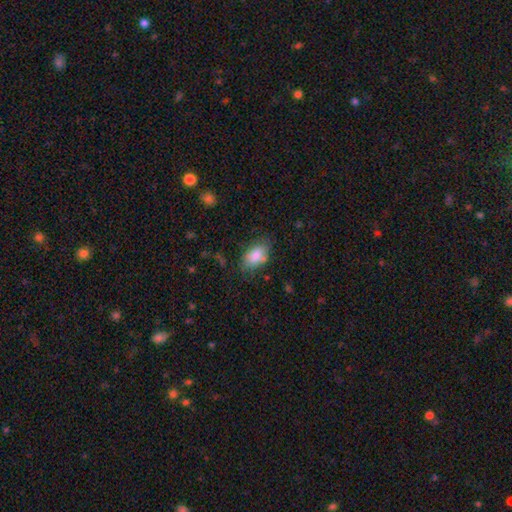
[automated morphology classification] Smooth or featured: smooth — 80% (featured or disk — 12%)
How rounded: in between — 91% (round — 7%)
Merging: none — 68% (minor disturbance — 21%)